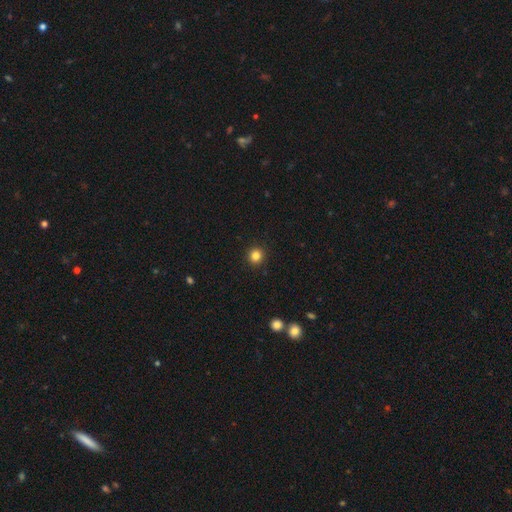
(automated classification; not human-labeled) Smooth or featured? Predicted: smooth (p=0.83). How rounded? Predicted: round (p=0.93). Merging? Predicted: none (p=0.93).